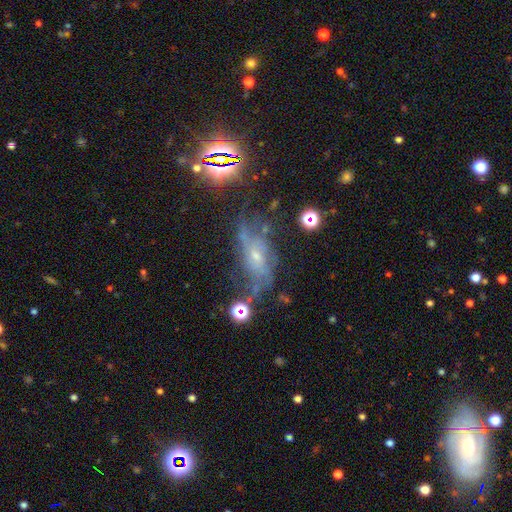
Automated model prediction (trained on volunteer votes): Morphology: type=featured or disk (59%); edge-on=no (84%); merging=none (43%).